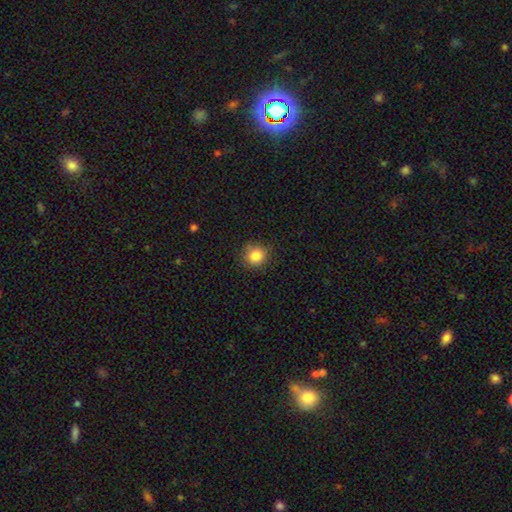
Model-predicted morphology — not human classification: Overall: smooth (84%). How rounded: round (88%). Merging: none (85%).